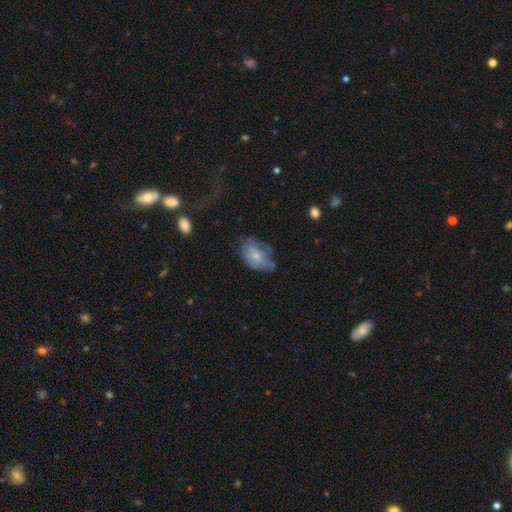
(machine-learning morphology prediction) Smooth or featured: smooth — 53% (featured or disk — 39%)
How rounded: in between — 87% (round — 11%)
Merging: none — 44% (minor disturbance — 33%)